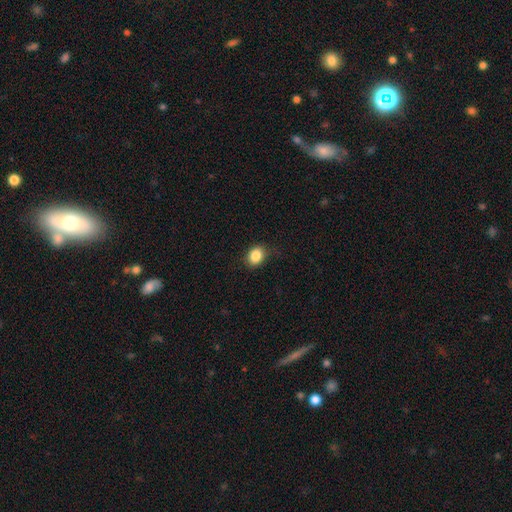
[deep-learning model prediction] Smooth or featured? smooth (86%)
How rounded? in between (50%)
Merging? none (83%)